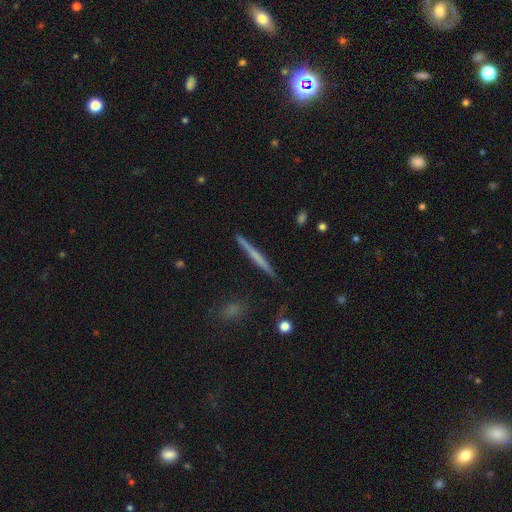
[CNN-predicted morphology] smooth-or-featured: featured or disk: 47% (tied) | smooth: 47% (tied) | star or artifact: 6%
  merging: none: 89% | minor disturbance: 8% | major disturbance: 1% | merger: 1%